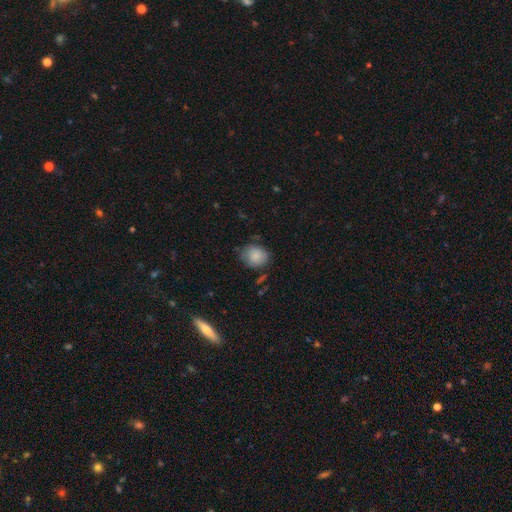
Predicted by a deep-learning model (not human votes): Smooth or featured? Predicted: smooth (p=0.82). How rounded? Predicted: round (p=0.66). Merging? Predicted: none (p=0.68).